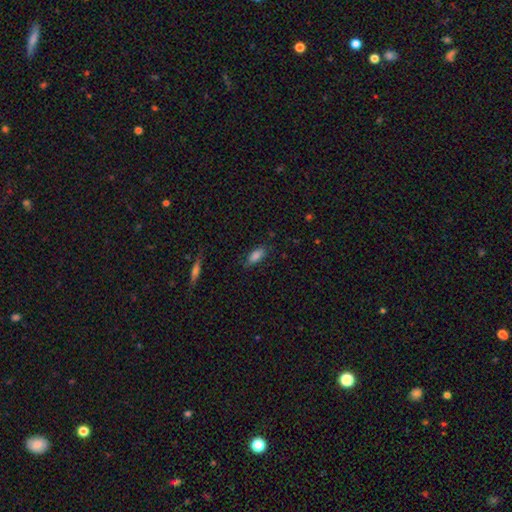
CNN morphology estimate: type=smooth (84%); roundness=in between (80%); merging=none (77%).